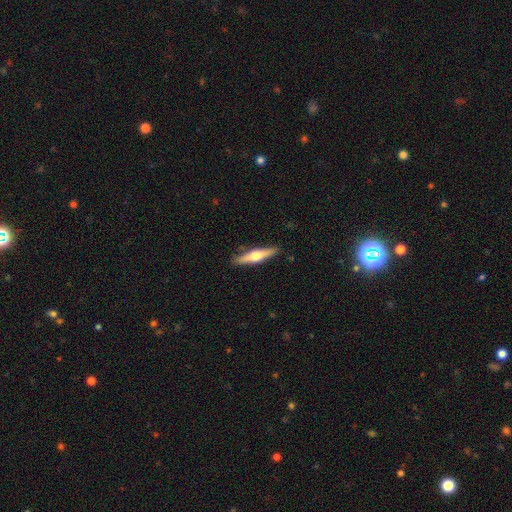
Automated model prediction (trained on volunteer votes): Overall: featured or disk (57%; smooth 37%). Edge-on disk: yes (96%). Edge-on bulge: rounded (93%). Merging: none (89%).